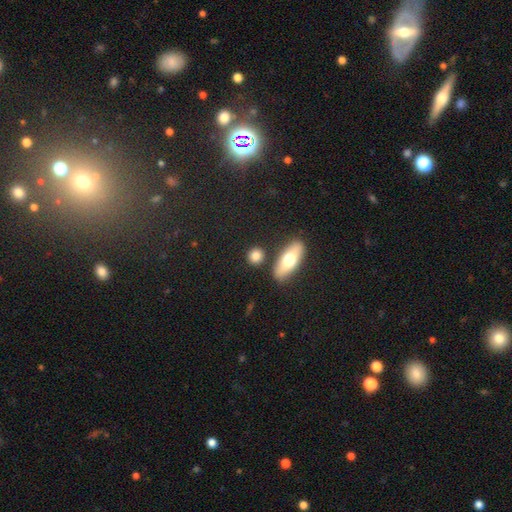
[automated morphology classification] Smooth or featured? Predicted: smooth (p=0.82). How rounded? Predicted: round (p=0.73). Merging? Predicted: none (p=0.81).